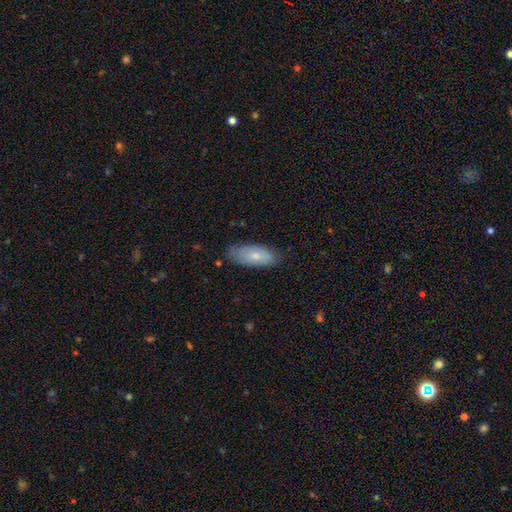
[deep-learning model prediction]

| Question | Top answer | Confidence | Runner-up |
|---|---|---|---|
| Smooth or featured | smooth | 66% | featured or disk (28%) |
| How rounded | in between | 80% | cigar-shaped (18%) |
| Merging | none | 75% | minor disturbance (21%) |